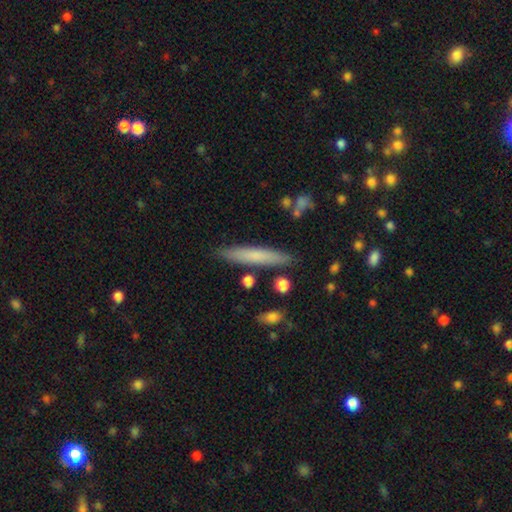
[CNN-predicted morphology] smooth-or-featured: smooth: 69% | featured or disk: 25% | star or artifact: 6%
  how-rounded: cigar-shaped: 93% | in between: 6% | round: 1%
  merging: none: 87% | minor disturbance: 9% | merger: 3% | major disturbance: 2%